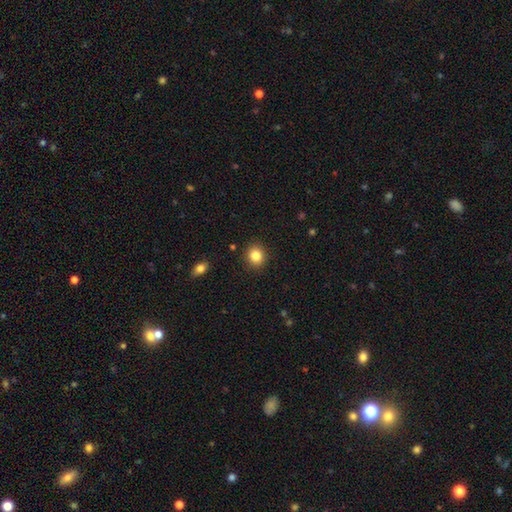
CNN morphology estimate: Smooth or featured? smooth (84%)
How rounded? round (81%)
Merging? none (91%)